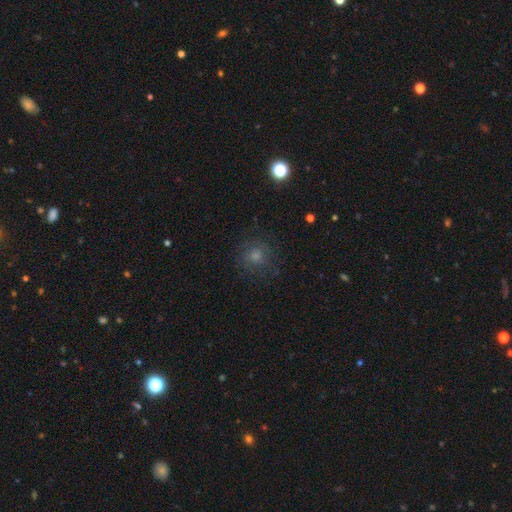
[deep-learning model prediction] Smooth or featured? Predicted: smooth (p=0.54). How rounded? Predicted: round (p=0.91). Merging? Predicted: none (p=0.83).